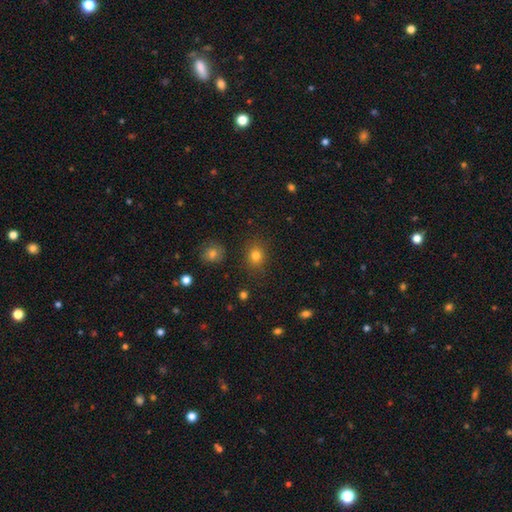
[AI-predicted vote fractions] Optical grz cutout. It shows a smooth galaxy with no disk features (81%) that is round (73%). Merging: none (86%).